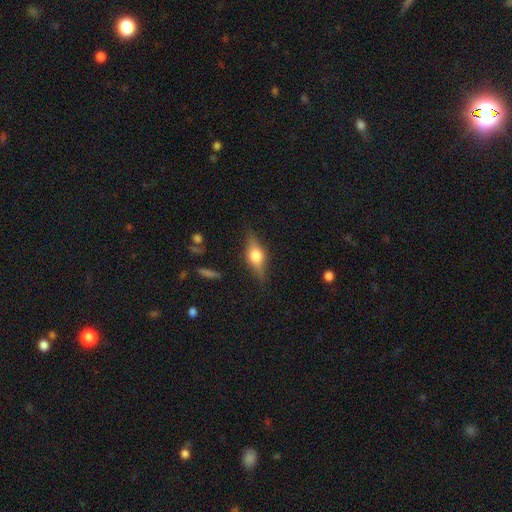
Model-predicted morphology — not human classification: This is possibly a featured or disk galaxy (50%). It is clearly viewed edge-on (91%). Merging: clearly none (82%).